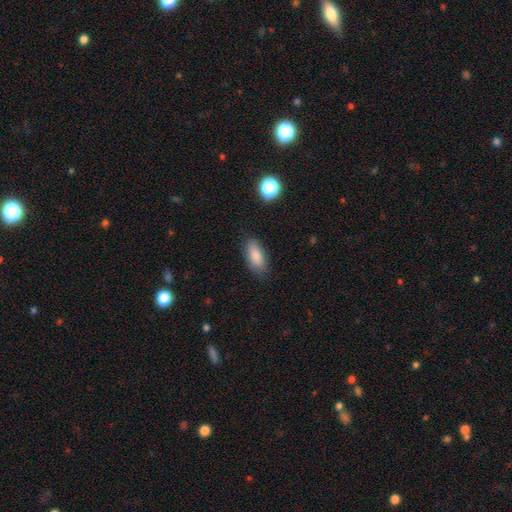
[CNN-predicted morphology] A smooth galaxy with no disk features (85%) that is in between round and cigar-shaped (87%). Merging: none (82%).